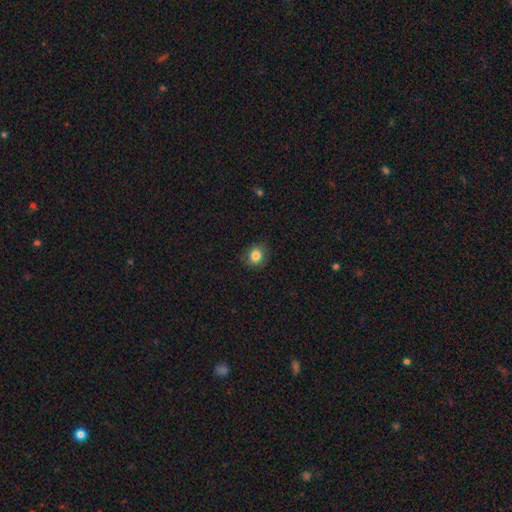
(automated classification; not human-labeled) Overall: smooth (83%). How rounded: round (71%). Merging: none (83%).